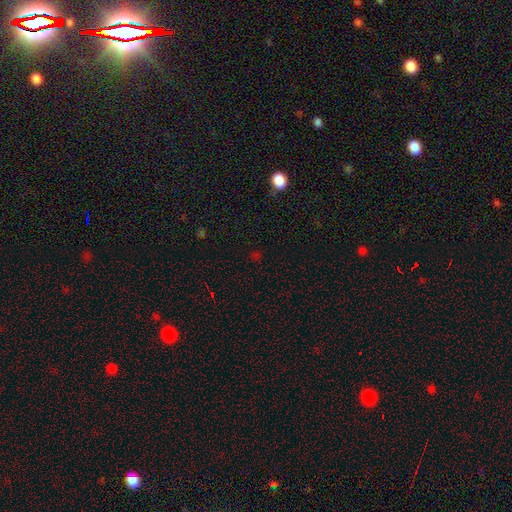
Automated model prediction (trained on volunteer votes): Smooth or featured: star or artifact — 59% (smooth — 35%)